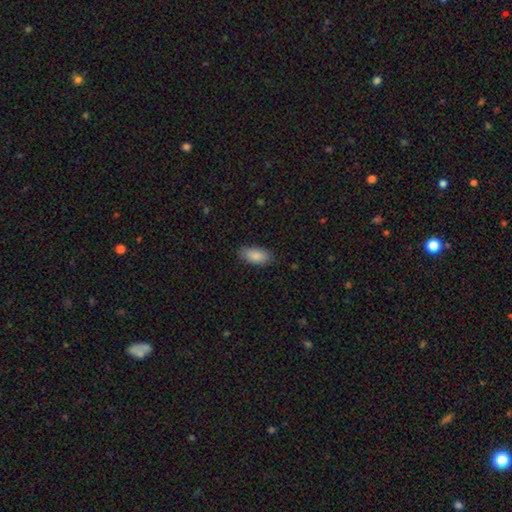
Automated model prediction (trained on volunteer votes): Overall: smooth (88%). How rounded: in between (91%). Merging: none (82%).